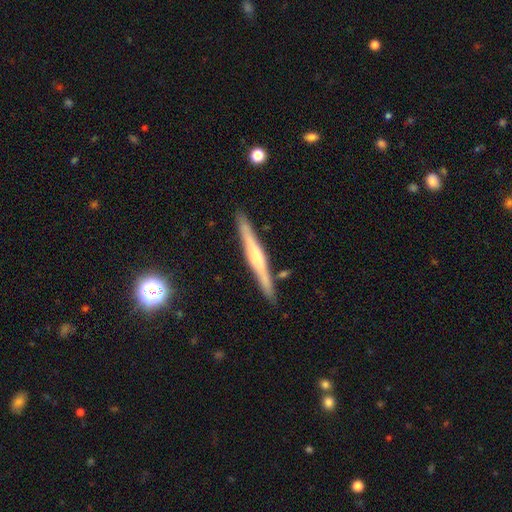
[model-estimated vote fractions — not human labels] Overall: featured or disk (65%; smooth 29%). Edge-on disk: yes (98%). Edge-on bulge: rounded (59%; none 22%). Merging: none (89%).